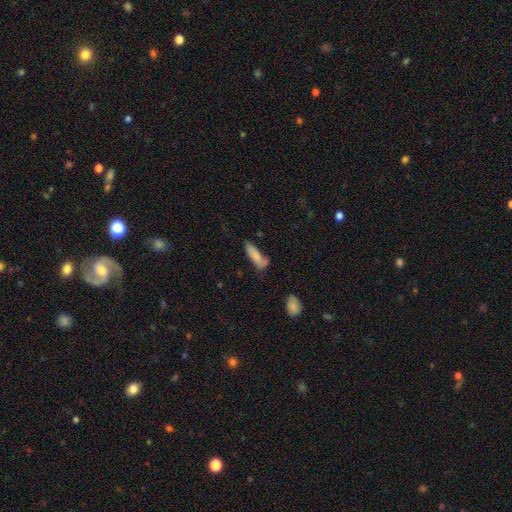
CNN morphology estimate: A smooth galaxy with no disk features (80%) that is in between round and cigar-shaped (50%). Merging: none (50%).